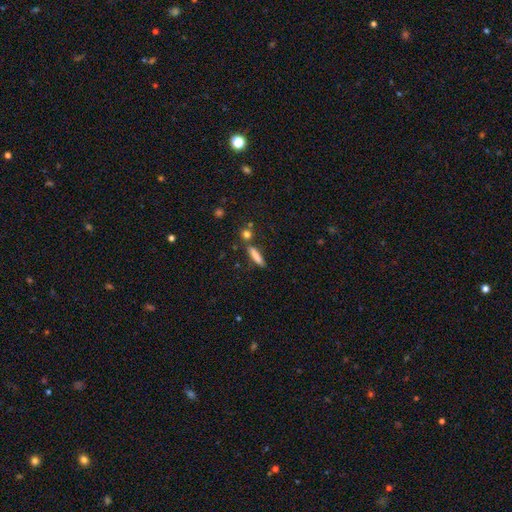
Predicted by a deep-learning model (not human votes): A smooth galaxy with no disk features (78%) that is cigar-shaped (82%).

Vote fractions:
- Smooth or featured? smooth: 78% / featured or disk: 14% / star or artifact: 8%
- How rounded? cigar-shaped: 82% / in between: 16% / round: 2%
- Merging? none: 75% / minor disturbance: 13% / merger: 8% / major disturbance: 3%